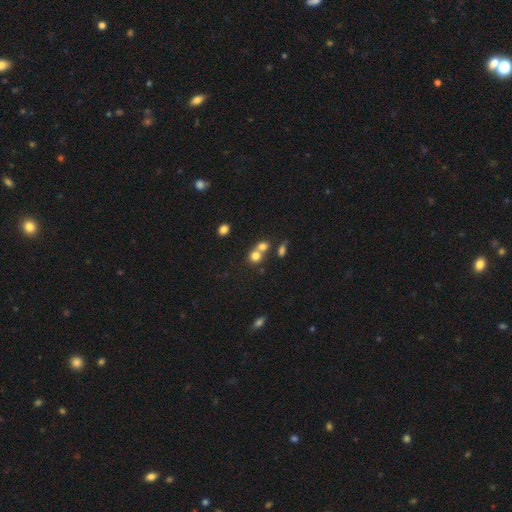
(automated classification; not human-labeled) A smooth galaxy with no disk features (74%) that is round (79%).

Vote fractions:
- Smooth or featured? smooth: 74% / star or artifact: 15% / featured or disk: 12%
- How rounded? round: 79% / in between: 19% / cigar-shaped: 1%
- Merging? merger: 49% / none: 40% / minor disturbance: 7% / major disturbance: 4%